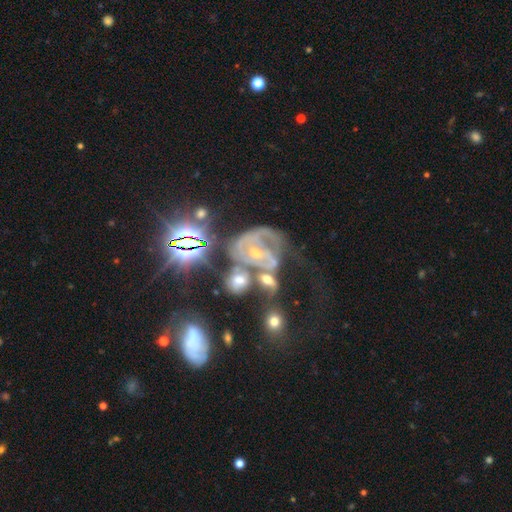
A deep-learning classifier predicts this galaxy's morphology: This appears to be a featured or disk galaxy (68%) with no bar (66%), 2 (36%) tight (48%) spiral arms (81%) and a small central bulge (57%). Merging: major disturbance (31%).